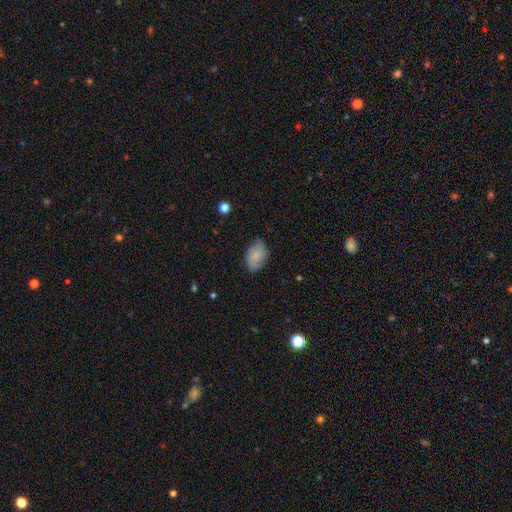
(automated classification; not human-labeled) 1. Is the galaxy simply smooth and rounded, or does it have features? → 81% smooth, 12% featured or disk, 7% star or artifact.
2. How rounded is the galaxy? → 89% in between, 9% round, 1% cigar-shaped.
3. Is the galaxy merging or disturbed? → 76% none, 19% minor disturbance, 4% major disturbance, 1% merger.